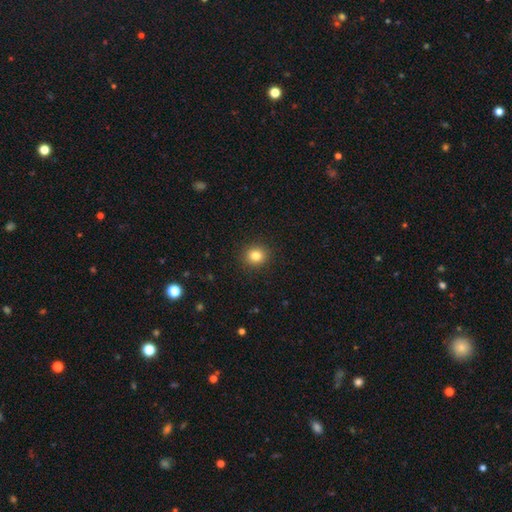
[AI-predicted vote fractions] A smooth galaxy with no disk features (83%) that is round (83%).

Vote fractions:
- Smooth or featured? smooth: 83% / star or artifact: 11% / featured or disk: 6%
- How rounded? round: 83% / in between: 16% / cigar-shaped: 1%
- Merging? none: 91% / minor disturbance: 6% / major disturbance: 2% / merger: 1%